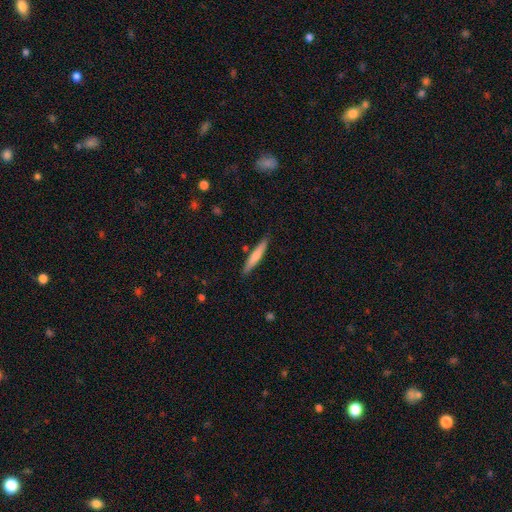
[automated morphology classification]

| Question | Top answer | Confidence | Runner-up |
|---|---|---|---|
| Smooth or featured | smooth | 66% | featured or disk (29%) |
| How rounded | cigar-shaped | 92% | in between (6%) |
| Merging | none | 85% | minor disturbance (10%) |